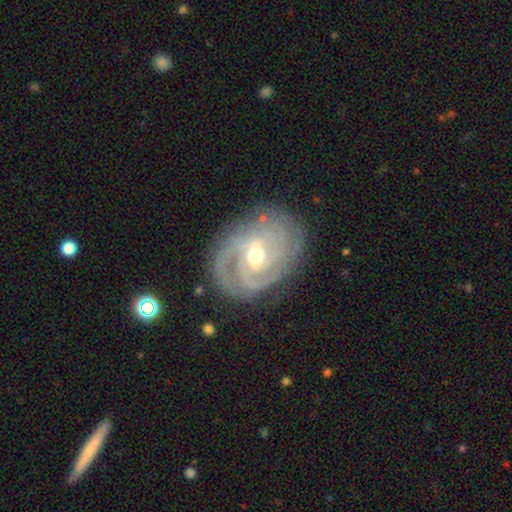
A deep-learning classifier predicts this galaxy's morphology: featured or disk 89%, smooth 6%, star or artifact 5%. Down the decision tree: edge-on disk — no (97%); bar — weak (48%); spiral arms — yes (97%); spiral arm count — 3 (34%); spiral winding — tight (66%); bulge size — moderate (61%); merging — none (78%).